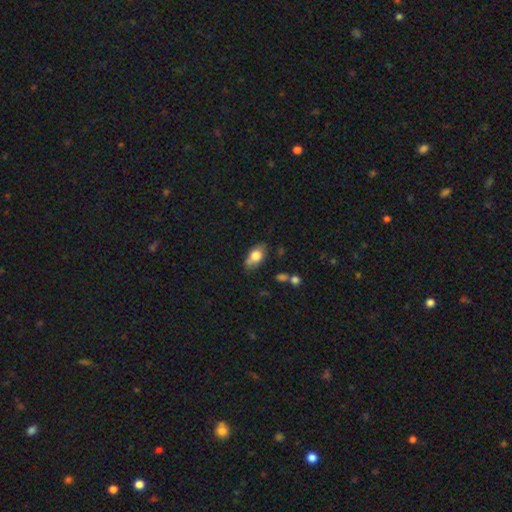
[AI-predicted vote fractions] Smooth or featured? Predicted: smooth (p=0.75). How rounded? Predicted: in between (p=0.87). Merging? Predicted: none (p=0.70).